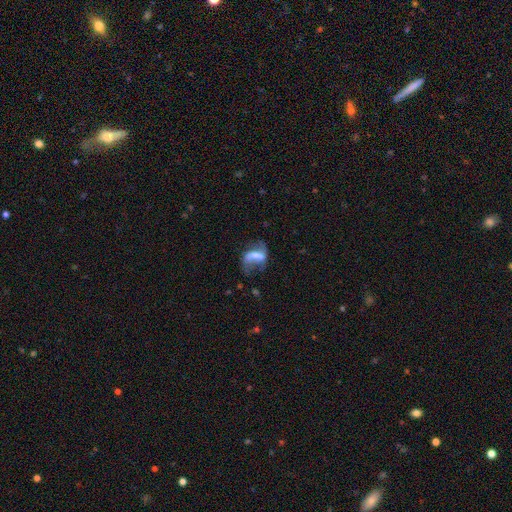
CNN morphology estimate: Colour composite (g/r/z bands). It shows a featured or disk galaxy (72%) with a strong bar (50%), 2 (83%) loose (67%) spiral arms (83%) and a small central bulge (33%). Merging: none (51%).